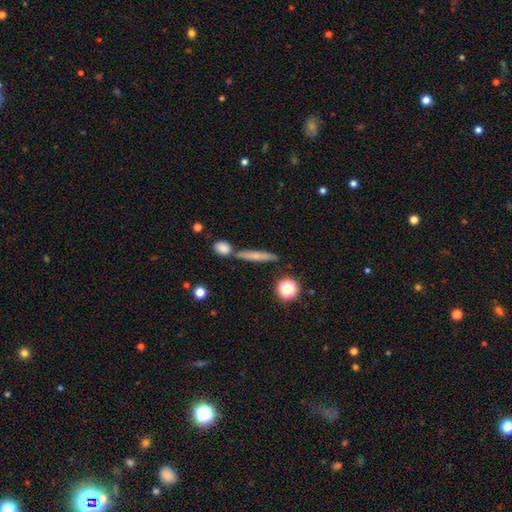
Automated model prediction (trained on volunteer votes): Smooth or featured: smooth — 64% (featured or disk — 26%)
How rounded: cigar-shaped — 85% (in between — 10%)
Merging: none — 74% (merger — 13%)